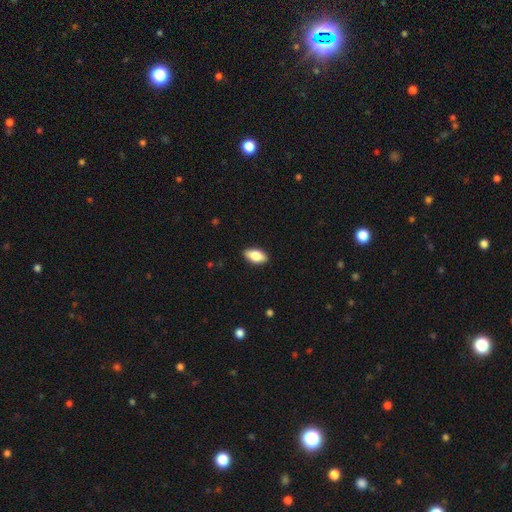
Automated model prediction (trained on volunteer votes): Overall: smooth (78%). How rounded: in between (90%). Merging: none (88%).